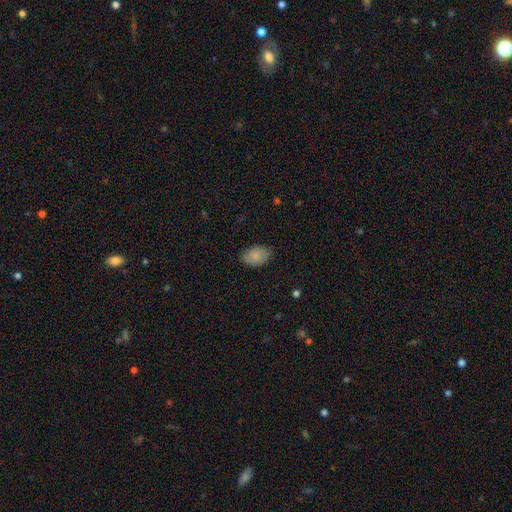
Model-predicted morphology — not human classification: smooth 85%, featured or disk 8%, star or artifact 7%. Down the decision tree: how rounded — in between (89%); merging — none (81%).